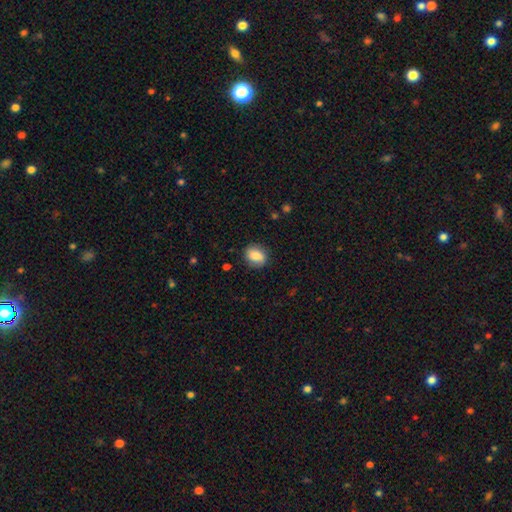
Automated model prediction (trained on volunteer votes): This is clearly a smooth galaxy (82%). How rounded: possibly in between (54%). Merging: clearly none (83%).